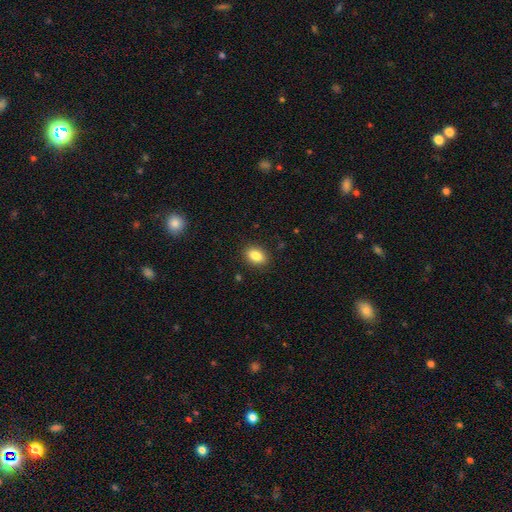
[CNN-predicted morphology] type=smooth (86%); roundness=in between (84%); merging=none (88%).